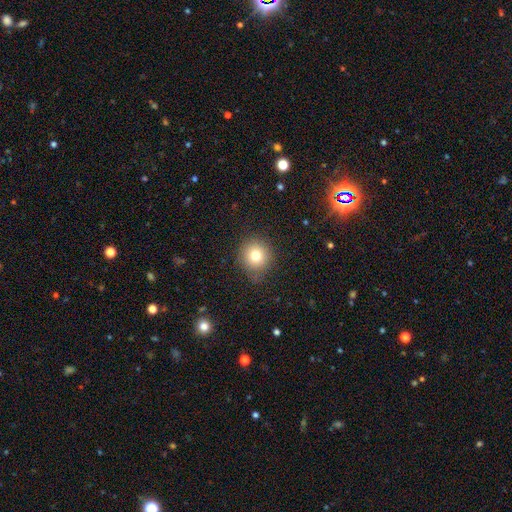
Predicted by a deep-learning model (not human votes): This is likely a smooth galaxy (78%). How rounded: clearly round (92%). Merging: clearly none (83%).